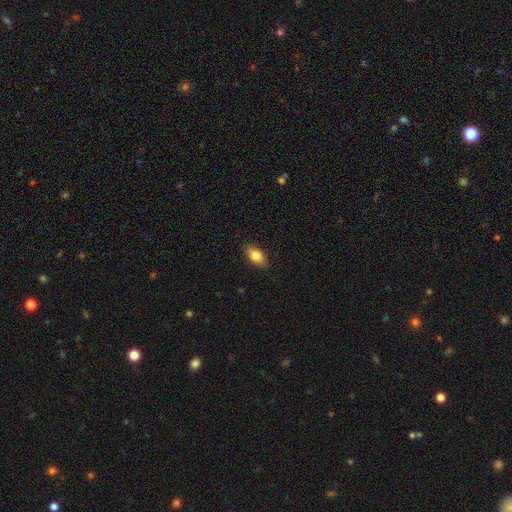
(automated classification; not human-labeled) smooth_or_featured: smooth (p=0.83) [alt: featured or disk p=0.09]
how_rounded: in between (p=0.88) [alt: round p=0.07]
merging: none (p=0.87) [alt: minor disturbance p=0.10]